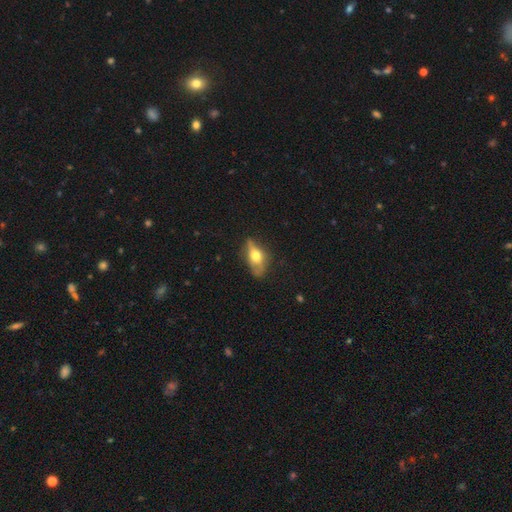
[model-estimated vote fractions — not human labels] The model was most divided on "smooth or featured": smooth: 54%, featured or disk: 38%, star or artifact: 8%. More confident: how rounded — in between (77%); merging — none (56%).